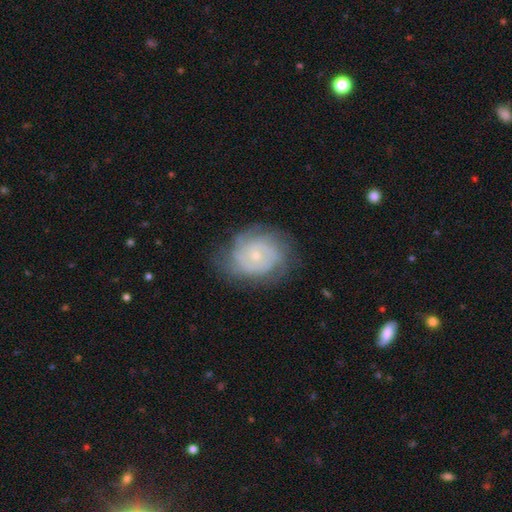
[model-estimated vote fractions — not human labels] featured or disk 73%, smooth 20%, star or artifact 8%. Down the decision tree: edge-on disk — no (97%); bar — no (78%); spiral arms — yes (90%); spiral arm count — can't tell (40%); spiral winding — tight (66%); bulge size — small (78%); merging — none (73%).